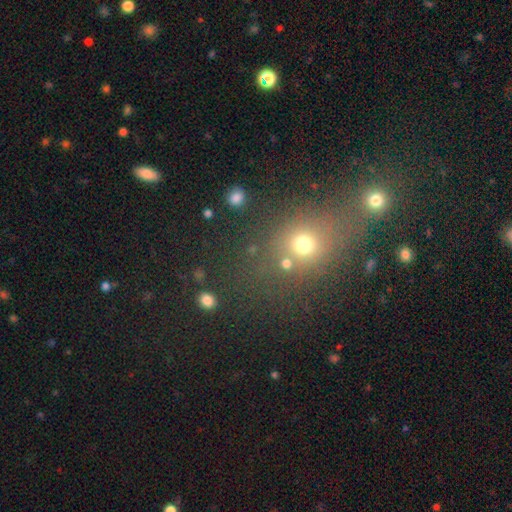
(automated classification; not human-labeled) The model was most divided on "smooth or featured": smooth: 44%, star or artifact: 43%, featured or disk: 13%. More confident: merging — none (53%).